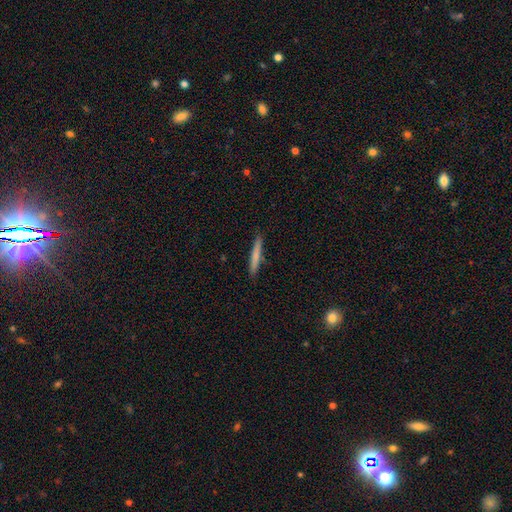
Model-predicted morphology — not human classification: A smooth galaxy with no disk features (74%) that is cigar-shaped (95%).

Vote fractions:
- Smooth or featured? smooth: 74% / featured or disk: 21% / star or artifact: 6%
- How rounded? cigar-shaped: 95% / in between: 3% / round: 1%
- Merging? none: 89% / minor disturbance: 8% / major disturbance: 2% / merger: 1%